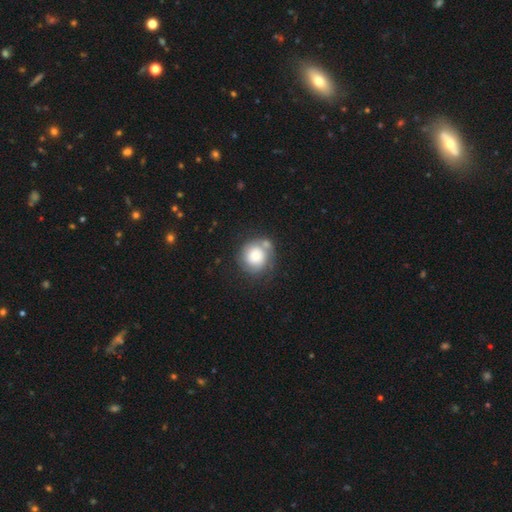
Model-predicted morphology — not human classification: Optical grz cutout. It shows a smooth galaxy with no disk features (66%) that is round (87%). Merging: none (53%).